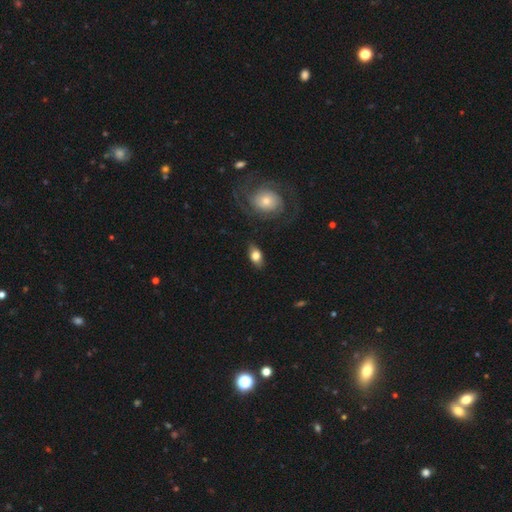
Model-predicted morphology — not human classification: A smooth galaxy with no disk features (73%) that is in between round and cigar-shaped (86%). Merging: none (79%).